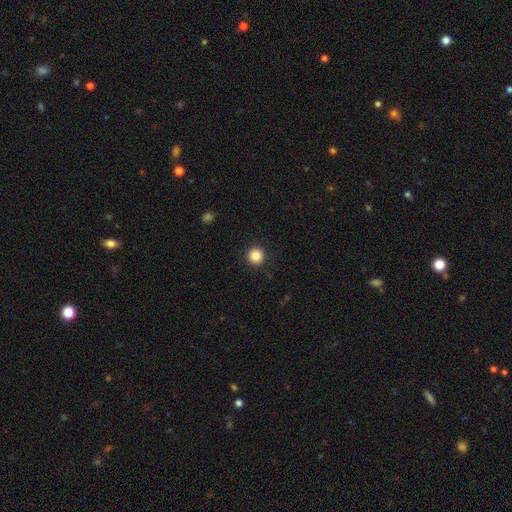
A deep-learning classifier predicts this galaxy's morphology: Smooth or featured? Predicted: smooth (p=0.86). How rounded? Predicted: round (p=0.95). Merging? Predicted: none (p=0.92).